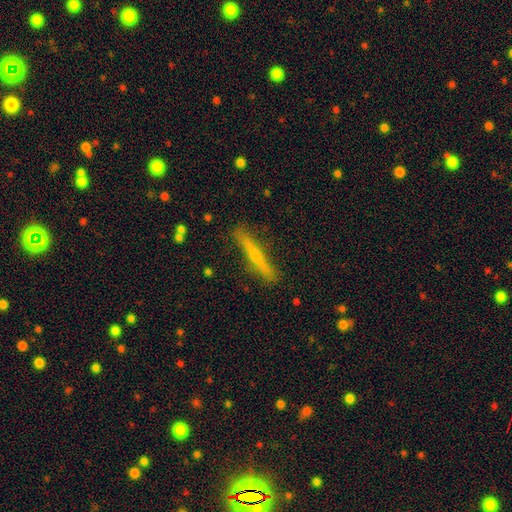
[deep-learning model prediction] smooth-or-featured: featured or disk: 50% | smooth: 44% | star or artifact: 7%
  merging: none: 87% | minor disturbance: 9% | major disturbance: 2% | merger: 1%